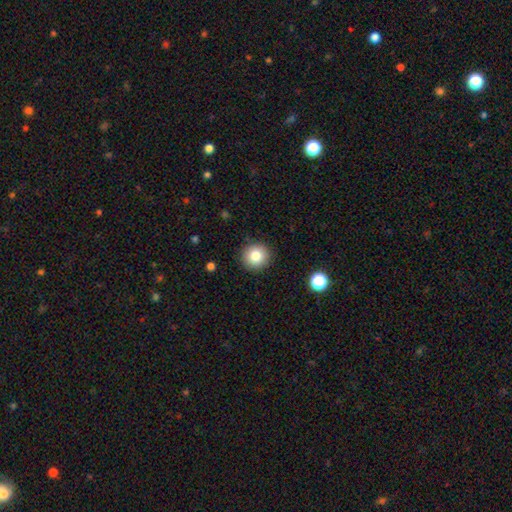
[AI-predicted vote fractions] This is clearly a smooth galaxy (83%). How rounded: clearly round (93%). Merging: clearly none (90%).